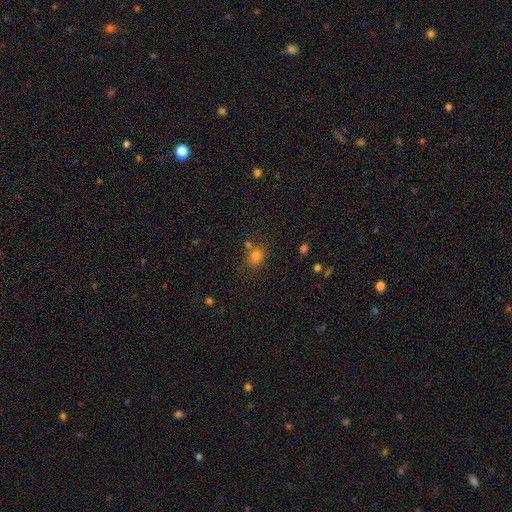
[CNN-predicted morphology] smooth_or_featured: smooth (p=0.74) [alt: star or artifact p=0.18]
how_rounded: round (p=0.56) [alt: in between p=0.43]
merging: none (p=0.70) [alt: merger p=0.14]